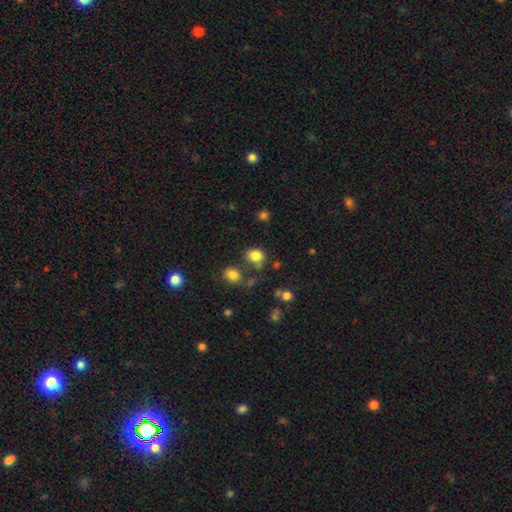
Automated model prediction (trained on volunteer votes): Smooth or featured? Predicted: smooth (p=0.82). How rounded? Predicted: in between (p=0.52). Merging? Predicted: none (p=0.64).